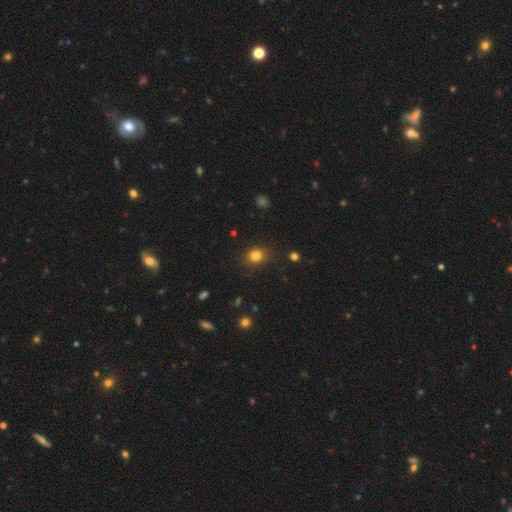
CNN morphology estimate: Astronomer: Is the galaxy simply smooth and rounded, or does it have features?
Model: smooth — 81%.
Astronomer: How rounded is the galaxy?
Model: round — 64%.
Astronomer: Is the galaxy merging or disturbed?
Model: none — 84%.